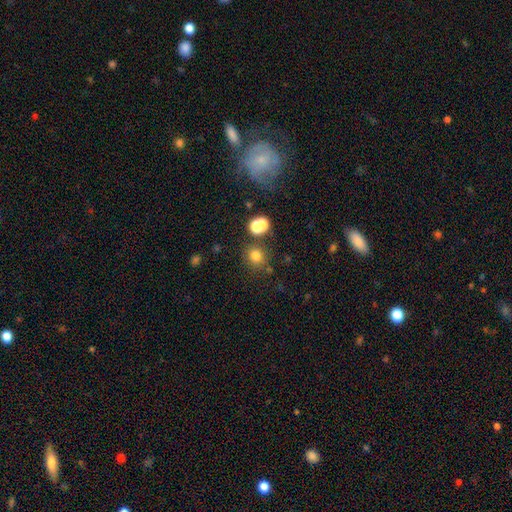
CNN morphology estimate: Smooth or featured?
  - smooth: 76% *
  - star or artifact: 17%
  - featured or disk: 7%
How rounded?
  - round: 82% *
  - in between: 17%
  - cigar-shaped: 1%
Merging?
  - none: 74% *
  - merger: 12%
  - minor disturbance: 10%
  - major disturbance: 4%